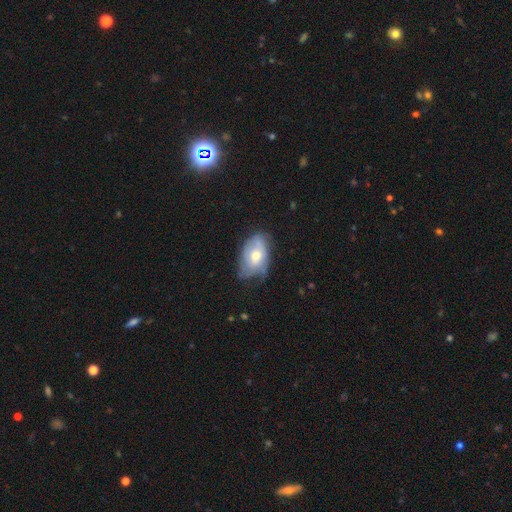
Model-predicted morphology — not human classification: Overall: smooth (52%; featured or disk 40%). How rounded: in between (89%). Merging: none (51%; minor disturbance 35%).